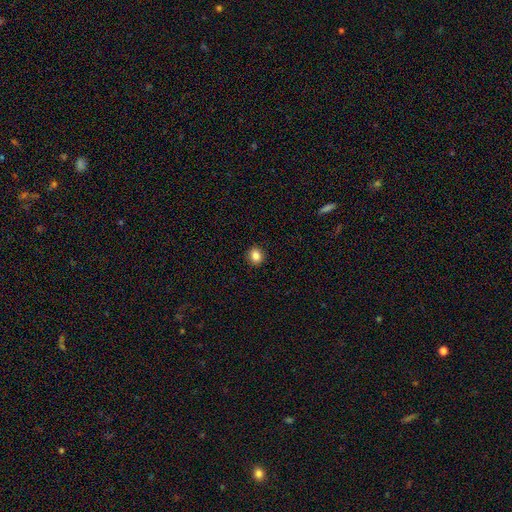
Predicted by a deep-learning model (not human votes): Smooth or featured: smooth — 85% (star or artifact — 10%)
How rounded: round — 77% (in between — 22%)
Merging: none — 92% (minor disturbance — 6%)